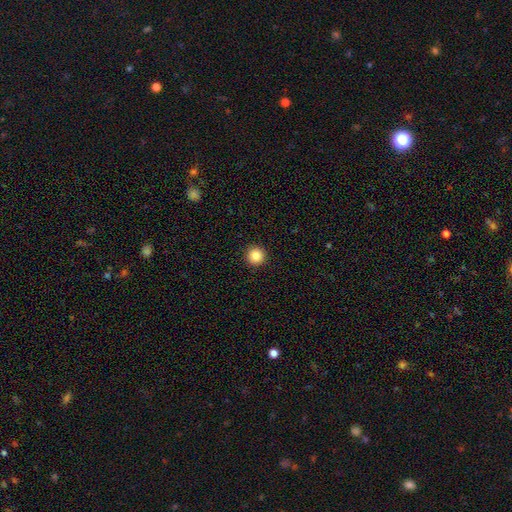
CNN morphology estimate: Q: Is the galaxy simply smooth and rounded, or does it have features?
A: smooth — 86%.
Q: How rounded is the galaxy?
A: round — 96%.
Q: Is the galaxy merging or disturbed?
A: none — 93%.